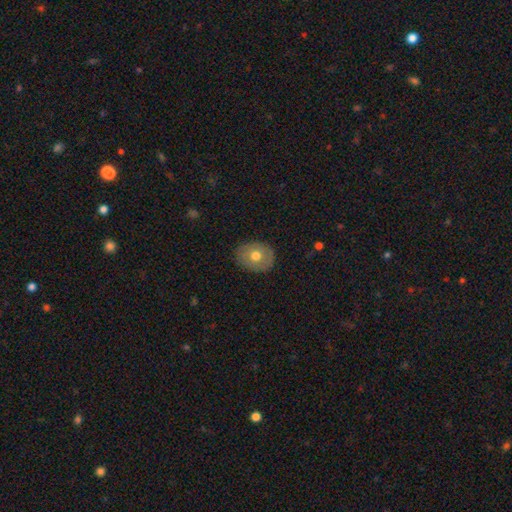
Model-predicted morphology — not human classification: smooth-or-featured: smooth: 64% | featured or disk: 28% | star or artifact: 7%
  how-rounded: in between: 54% | round: 46% | cigar-shaped: 1%
  merging: none: 86% | minor disturbance: 11% | major disturbance: 3% | merger: 1%